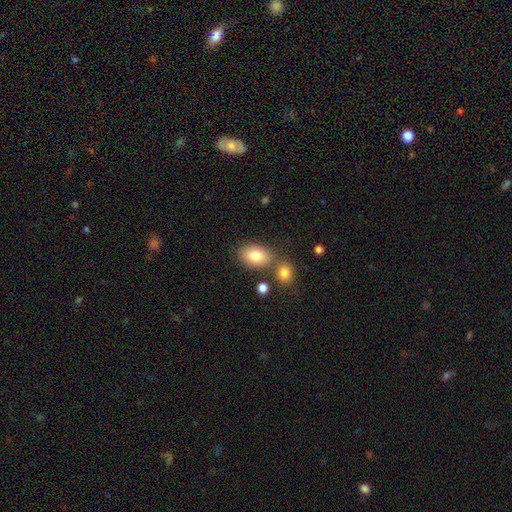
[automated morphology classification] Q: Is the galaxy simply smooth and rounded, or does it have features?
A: smooth — 81%.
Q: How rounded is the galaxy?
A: in between — 85%.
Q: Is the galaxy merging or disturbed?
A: none — 66%.